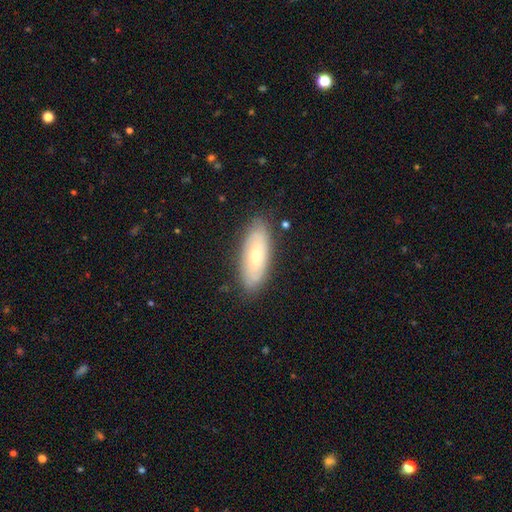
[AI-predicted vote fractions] smooth 52%, featured or disk 41%, star or artifact 7%. Down the decision tree: how rounded — in between (76%); merging — none (84%).